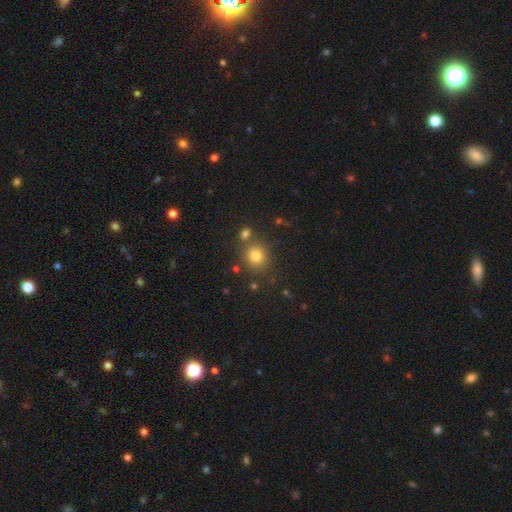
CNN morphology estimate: Smooth or featured: smooth — 79% (star or artifact — 13%)
How rounded: round — 82% (in between — 17%)
Merging: none — 75% (merger — 12%)